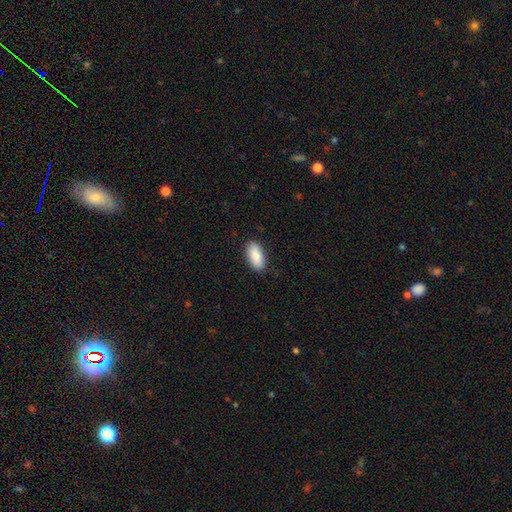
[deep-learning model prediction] A smooth galaxy with no disk features (90%) that is in between round and cigar-shaped (91%).

Vote fractions:
- Smooth or featured? smooth: 90% / star or artifact: 6% / featured or disk: 4%
- How rounded? in between: 91% / cigar-shaped: 7% / round: 2%
- Merging? none: 88% / minor disturbance: 9% / major disturbance: 2% / merger: 1%